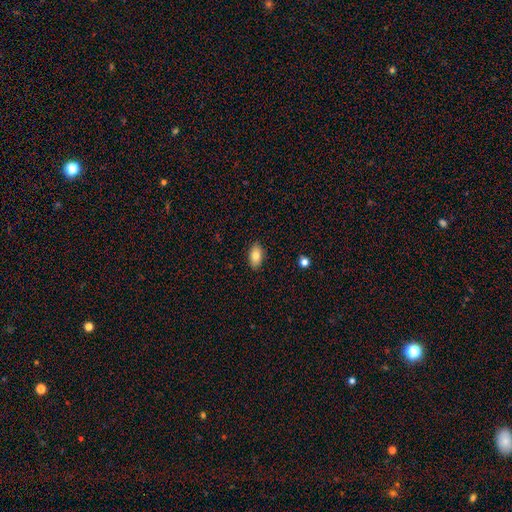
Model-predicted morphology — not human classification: The model was most divided on "smooth or featured": smooth: 80%, featured or disk: 13%, star or artifact: 7%. More confident: how rounded — in between (92%); merging — none (88%).